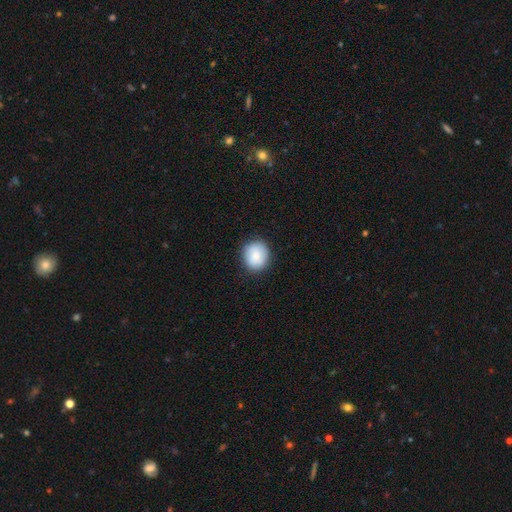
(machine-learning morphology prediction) Smooth or featured?
  - smooth: 81% *
  - featured or disk: 11%
  - star or artifact: 7%
How rounded?
  - round: 82% *
  - in between: 18%
  - cigar-shaped: 1%
Merging?
  - none: 86% *
  - minor disturbance: 11%
  - major disturbance: 2%
  - merger: 1%